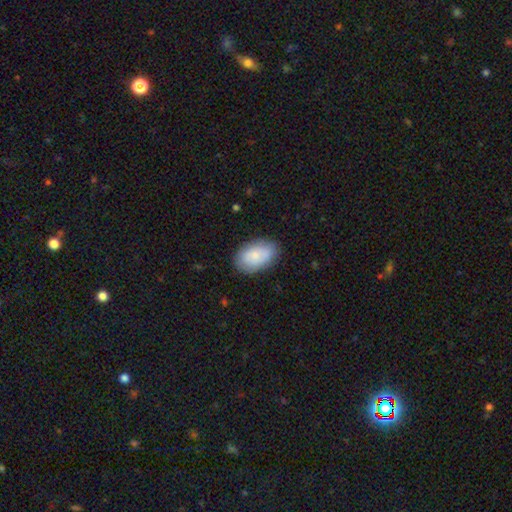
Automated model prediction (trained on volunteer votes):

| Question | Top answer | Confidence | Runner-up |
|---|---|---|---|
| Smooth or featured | smooth | 80% | featured or disk (14%) |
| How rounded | in between | 92% | round (7%) |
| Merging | none | 79% | minor disturbance (15%) |